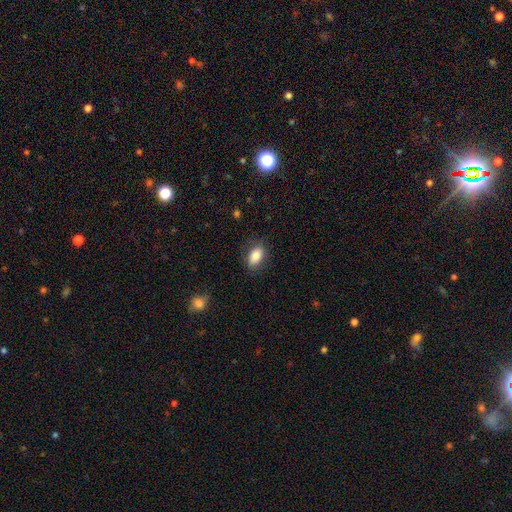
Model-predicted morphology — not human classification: A smooth galaxy with no disk features (84%) that is in between round and cigar-shaped (91%).

Vote fractions:
- Smooth or featured? smooth: 84% / featured or disk: 8% / star or artifact: 8%
- How rounded? in between: 91% / round: 7% / cigar-shaped: 2%
- Merging? none: 81% / minor disturbance: 14% / major disturbance: 4% / merger: 1%